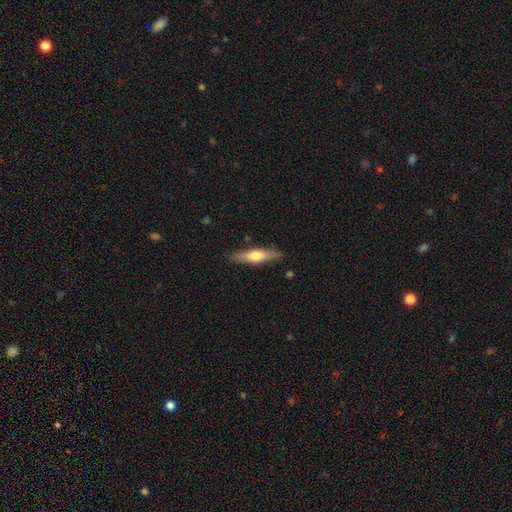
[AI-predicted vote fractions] This is possibly a smooth galaxy (52%). How rounded: likely cigar-shaped (72%). Merging: clearly none (86%).